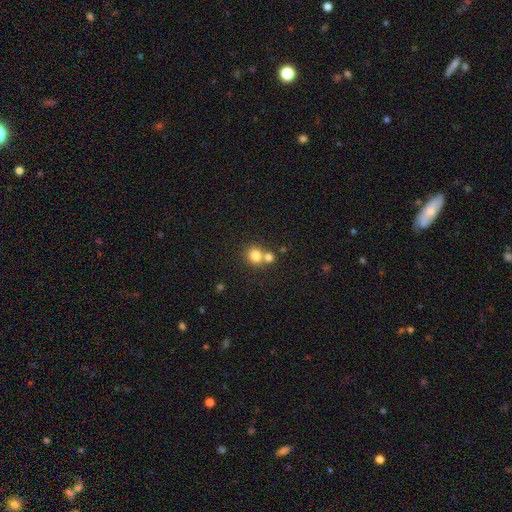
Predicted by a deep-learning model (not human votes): Overall: smooth (79%). How rounded: round (86%). Merging: none (50%; merger 41%).